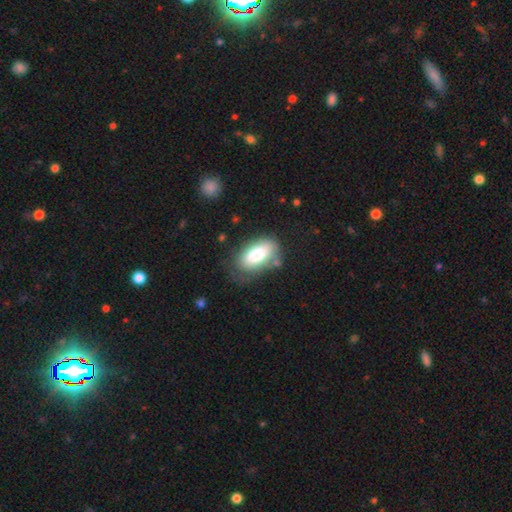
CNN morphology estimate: smooth-or-featured: smooth: 77% | featured or disk: 16% | star or artifact: 7%
  how-rounded: in between: 92% | cigar-shaped: 5% | round: 3%
  merging: none: 59% | minor disturbance: 24% | major disturbance: 12% | merger: 5%